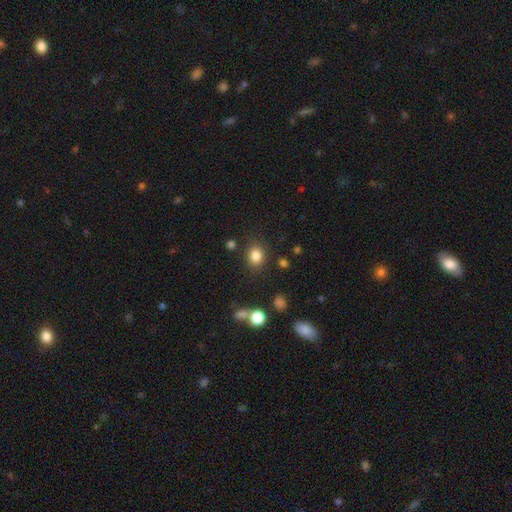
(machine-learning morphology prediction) Smooth or featured? Predicted: smooth (p=0.83). How rounded? Predicted: round (p=0.62). Merging? Predicted: none (p=0.83).